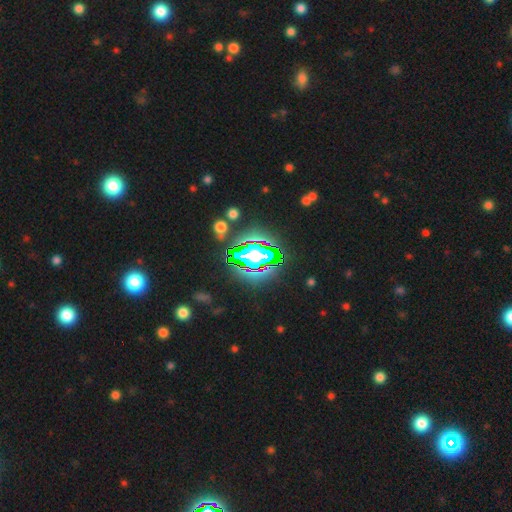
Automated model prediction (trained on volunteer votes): Smooth or featured? star or artifact (72%)